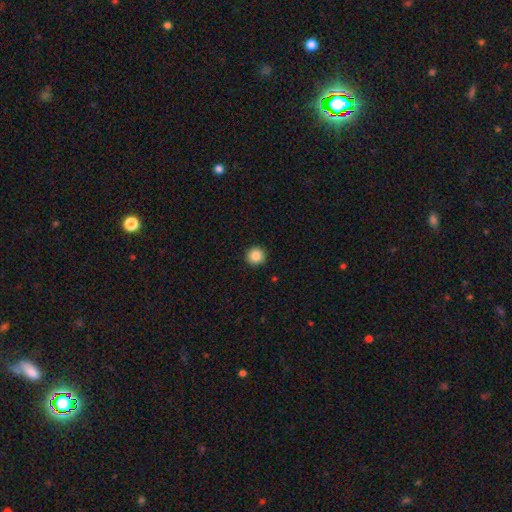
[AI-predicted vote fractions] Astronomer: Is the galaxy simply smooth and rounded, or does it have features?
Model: smooth — 86%.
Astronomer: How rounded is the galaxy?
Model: round — 95%.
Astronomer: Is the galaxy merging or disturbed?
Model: none — 93%.